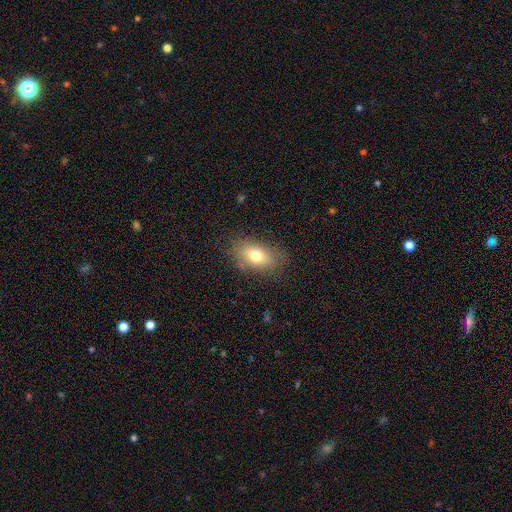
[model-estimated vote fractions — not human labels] A smooth galaxy with no disk features (74%) that is in between round and cigar-shaped (86%). Merging: none (79%).